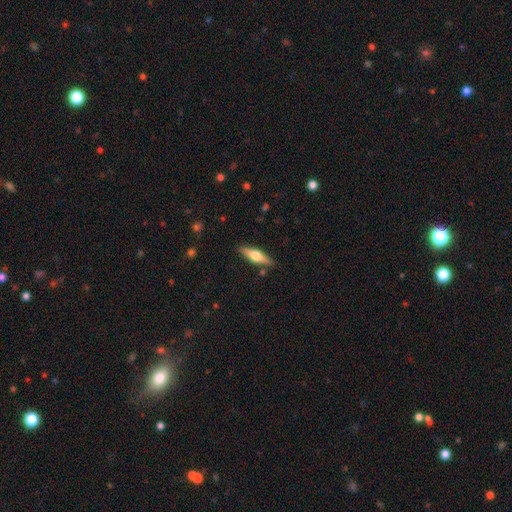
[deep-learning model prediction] This is possibly a featured or disk galaxy (50%). It is clearly viewed edge-on (93%). Merging: clearly none (87%).